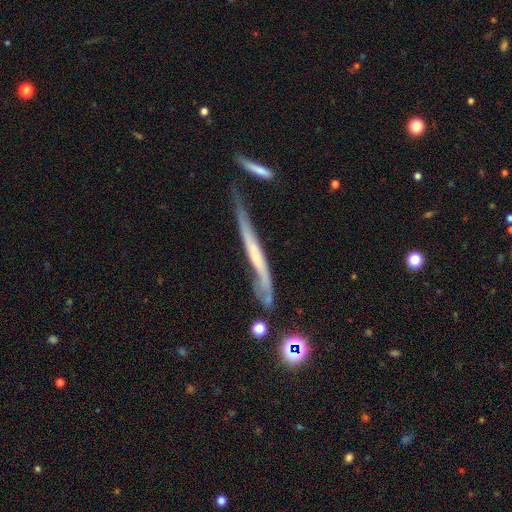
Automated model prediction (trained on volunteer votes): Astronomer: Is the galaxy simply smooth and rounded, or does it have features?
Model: featured or disk — 63%.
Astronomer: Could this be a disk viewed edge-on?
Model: yes — 82%.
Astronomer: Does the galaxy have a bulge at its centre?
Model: none — 72%.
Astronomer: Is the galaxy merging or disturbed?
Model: none — 44% (runner-up: minor disturbance, 27%).